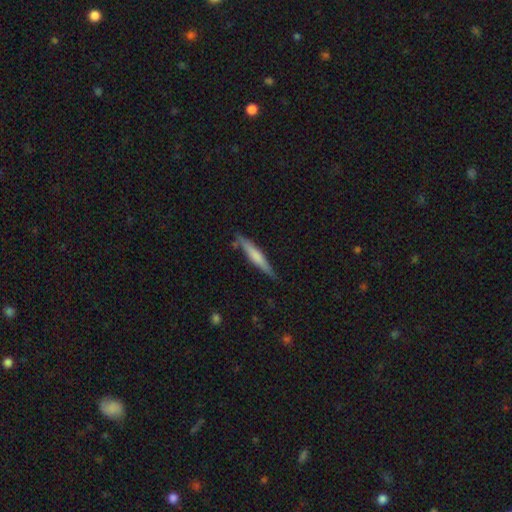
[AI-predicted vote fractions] The model was most divided on "smooth or featured": smooth: 55%, featured or disk: 40%, star or artifact: 6%. More confident: how rounded — cigar-shaped (93%); merging — none (82%).